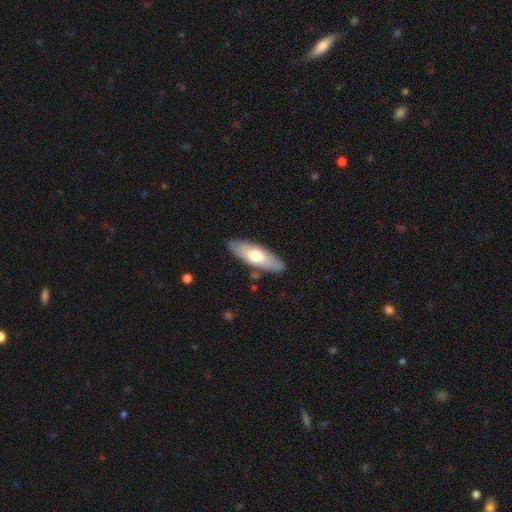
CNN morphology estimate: Q: Smooth or featured?
A: smooth (63%); runner-up: featured or disk (32%)
Q: How rounded?
A: in between (62%); runner-up: cigar-shaped (36%)
Q: Merging?
A: none (86%); runner-up: minor disturbance (10%)